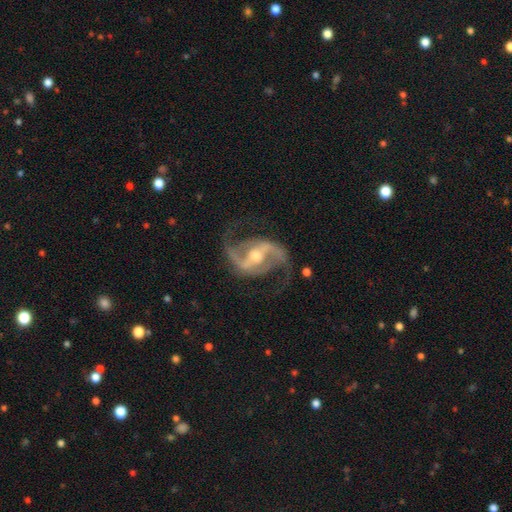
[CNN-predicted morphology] Smooth or featured? featured or disk (92%)
Edge-on disk? no (97%)
Bar? strong (48%)
Spiral arms? yes (98%)
Spiral winding? medium (48%)
Spiral arm count? 2 (94%)
Bulge size? moderate (61%)
Merging? none (77%)